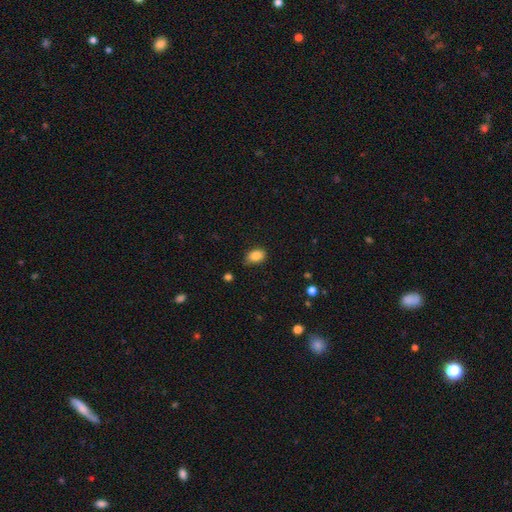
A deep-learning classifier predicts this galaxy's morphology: Overall: smooth (86%). How rounded: in between (79%). Merging: none (70%).